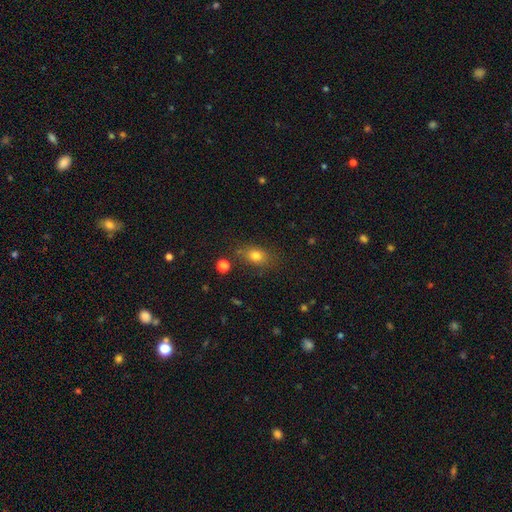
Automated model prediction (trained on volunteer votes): smooth 77%, star or artifact 13%, featured or disk 10%. Down the decision tree: how rounded — in between (67%); merging — none (77%).